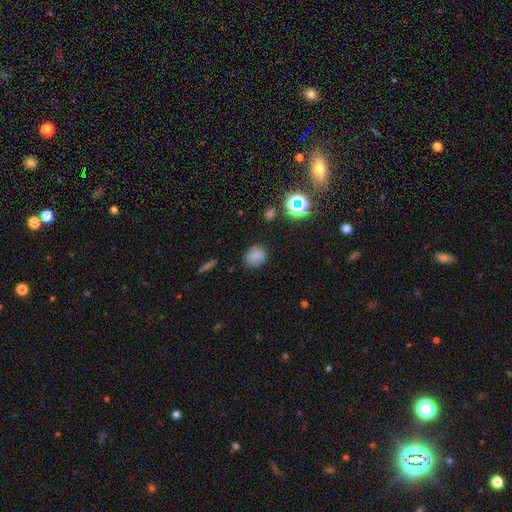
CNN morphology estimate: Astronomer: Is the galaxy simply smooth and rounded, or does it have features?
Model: smooth — 79%.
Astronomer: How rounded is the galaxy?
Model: round — 66%.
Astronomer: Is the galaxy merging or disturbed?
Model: none — 82%.